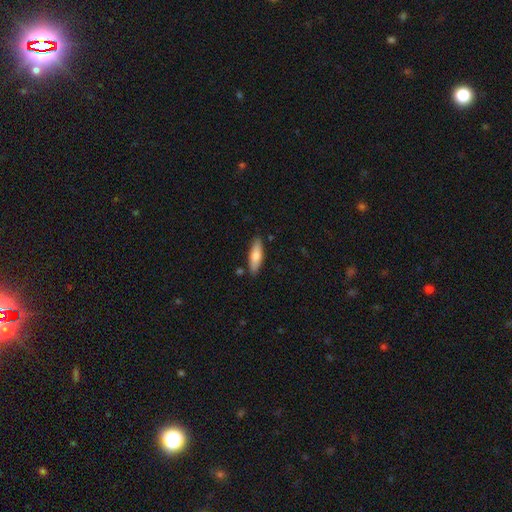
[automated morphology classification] Q: Smooth or featured?
A: smooth (71%); runner-up: featured or disk (23%)
Q: How rounded?
A: cigar-shaped (55%); runner-up: in between (43%)
Q: Merging?
A: none (84%); runner-up: minor disturbance (11%)